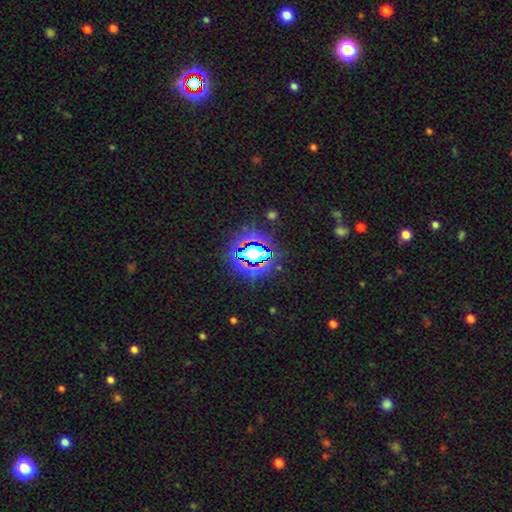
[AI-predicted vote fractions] Q: Smooth or featured?
A: star or artifact (78%); runner-up: smooth (13%)